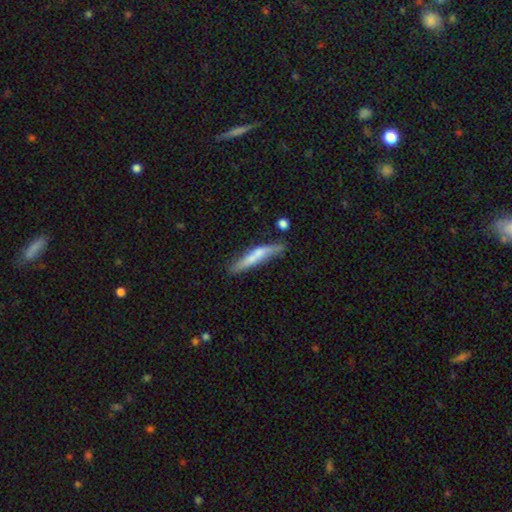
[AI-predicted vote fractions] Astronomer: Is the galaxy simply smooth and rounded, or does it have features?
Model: smooth — 56% (runner-up: featured or disk, 38%).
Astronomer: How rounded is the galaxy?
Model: cigar-shaped — 90%.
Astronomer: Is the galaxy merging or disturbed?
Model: none — 61%.